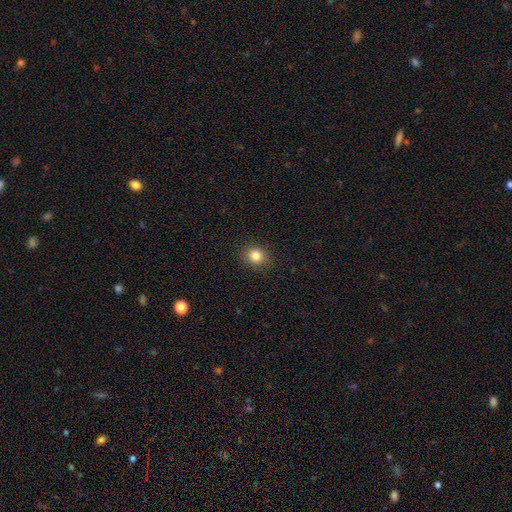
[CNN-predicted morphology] Q: Smooth or featured?
A: smooth (84%); runner-up: star or artifact (11%)
Q: How rounded?
A: round (73%); runner-up: in between (26%)
Q: Merging?
A: none (88%); runner-up: minor disturbance (9%)